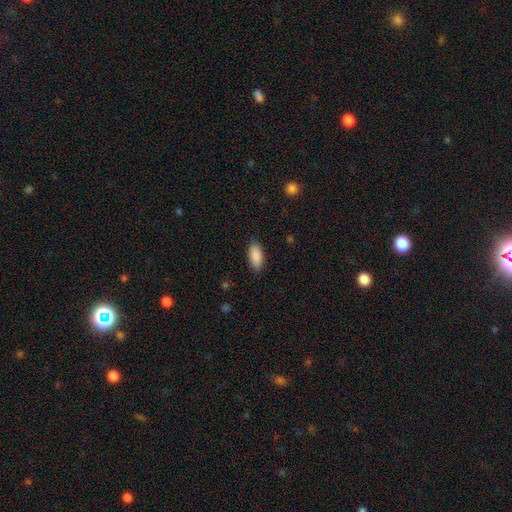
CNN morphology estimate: Smooth or featured?
  - smooth: 90% *
  - star or artifact: 6%
  - featured or disk: 4%
How rounded?
  - in between: 88% *
  - cigar-shaped: 10%
  - round: 2%
Merging?
  - none: 88% *
  - minor disturbance: 9%
  - major disturbance: 2%
  - merger: 1%